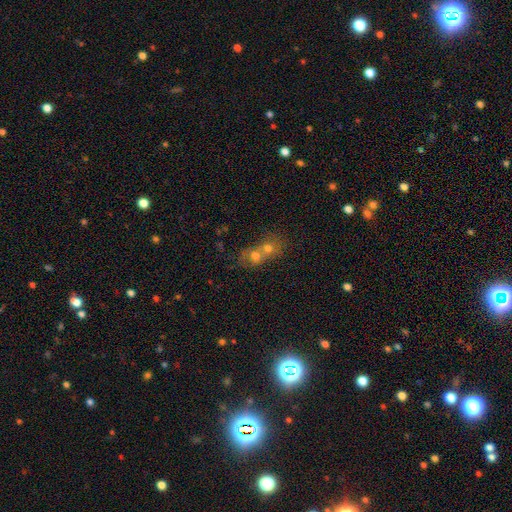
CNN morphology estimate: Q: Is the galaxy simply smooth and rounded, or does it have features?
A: smooth — 61%.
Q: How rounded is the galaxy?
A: round — 67%.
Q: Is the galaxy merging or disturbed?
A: merger — 72%.